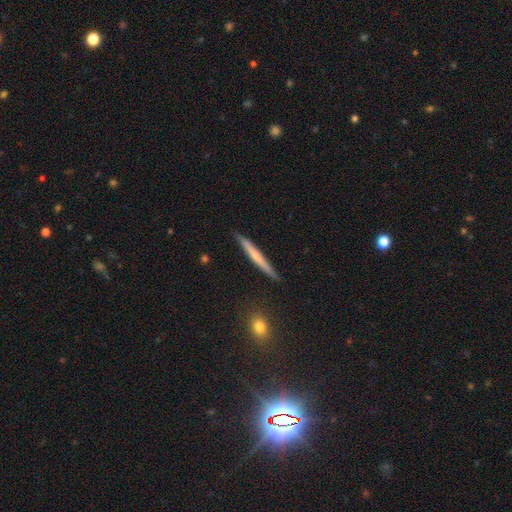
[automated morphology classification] smooth_or_featured: smooth (p=0.47) [tied with: featured or disk p=0.47]
merging: none (p=0.89) [alt: minor disturbance p=0.08]